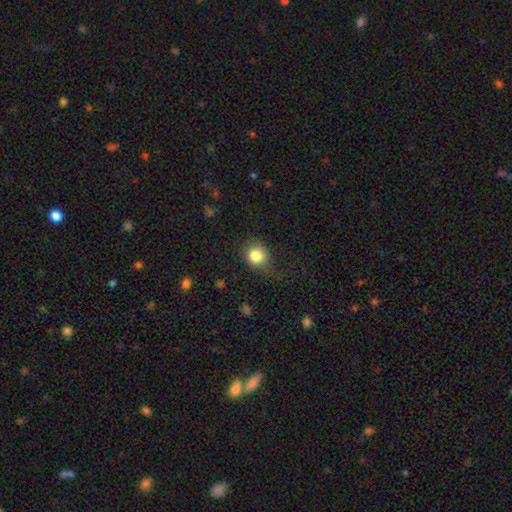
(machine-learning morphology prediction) Smooth or featured? Predicted: smooth (p=0.83). How rounded? Predicted: round (p=0.77). Merging? Predicted: none (p=0.56).